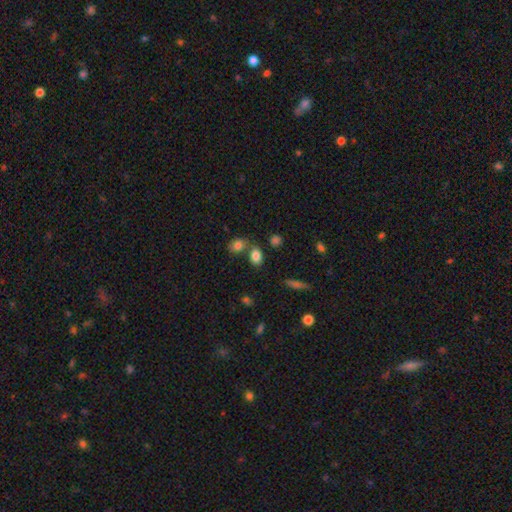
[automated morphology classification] Overall: smooth (83%). How rounded: in between (73%). Merging: none (61%; merger 24%).